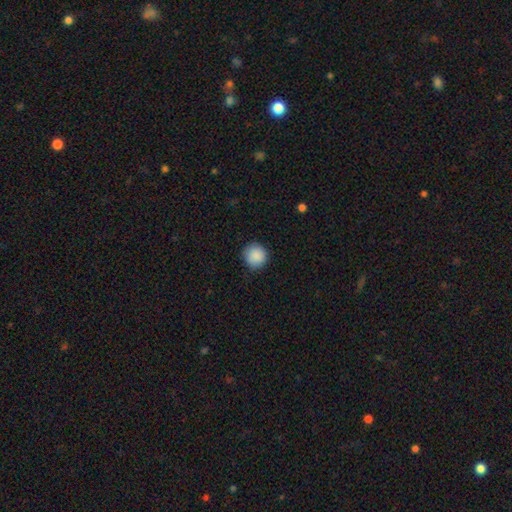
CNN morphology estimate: Smooth or featured? Predicted: smooth (p=0.89). How rounded? Predicted: round (p=0.93). Merging? Predicted: none (p=0.87).